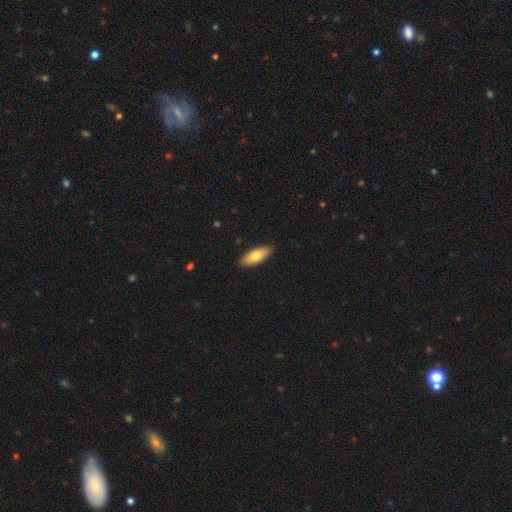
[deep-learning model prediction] smooth_or_featured: smooth (p=0.75) [alt: featured or disk p=0.19]
how_rounded: in between (p=0.76) [alt: cigar-shaped p=0.22]
merging: none (p=0.89) [alt: minor disturbance p=0.08]